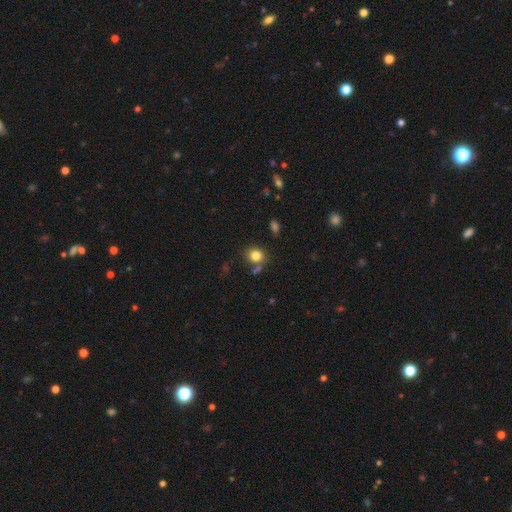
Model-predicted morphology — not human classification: Overall: smooth (81%). How rounded: round (75%). Merging: none (75%).